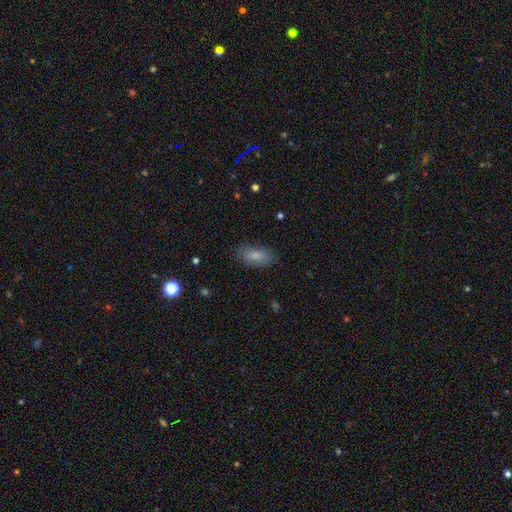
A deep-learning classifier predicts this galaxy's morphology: Smooth or featured?
  - smooth: 84% *
  - featured or disk: 8%
  - star or artifact: 7%
How rounded?
  - in between: 86% *
  - cigar-shaped: 11%
  - round: 3%
Merging?
  - none: 83% *
  - minor disturbance: 13%
  - major disturbance: 3%
  - merger: 1%